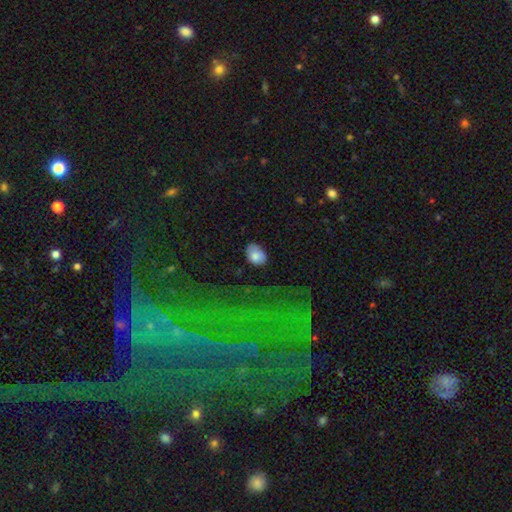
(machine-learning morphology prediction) Smooth or featured: smooth — 81% (featured or disk — 11%)
How rounded: in between — 74% (round — 25%)
Merging: none — 66% (minor disturbance — 26%)